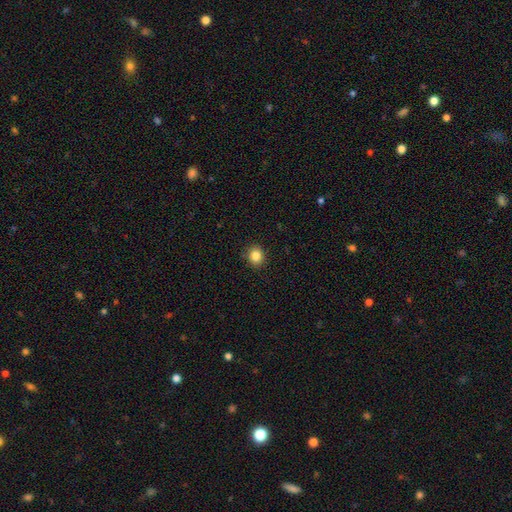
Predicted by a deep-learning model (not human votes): This is clearly a smooth galaxy (85%). How rounded: clearly round (80%). Merging: clearly none (90%).